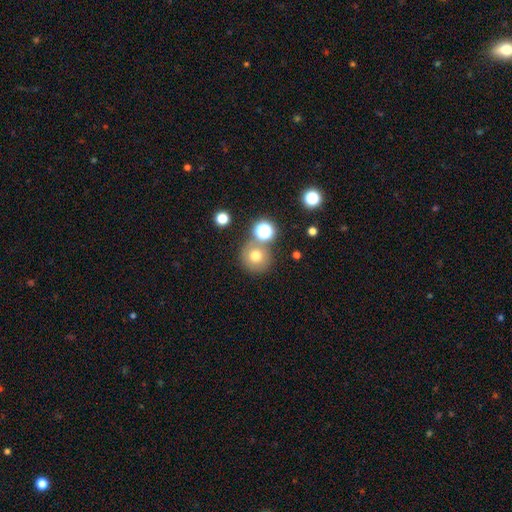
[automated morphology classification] smooth_or_featured: smooth (p=0.70) [alt: star or artifact p=0.16]
how_rounded: round (p=0.91) [alt: in between p=0.08]
merging: none (p=0.68) [alt: merger p=0.17]